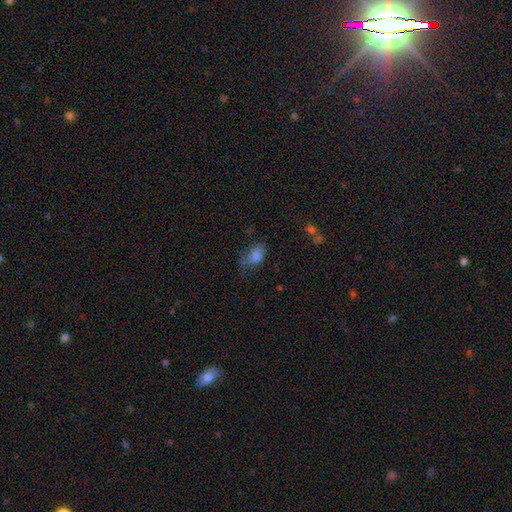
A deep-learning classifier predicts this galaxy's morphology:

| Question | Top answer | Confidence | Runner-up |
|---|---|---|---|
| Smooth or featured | smooth | 69% | featured or disk (16%) |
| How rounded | in between | 82% | round (15%) |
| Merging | none | 44% | minor disturbance (29%) |